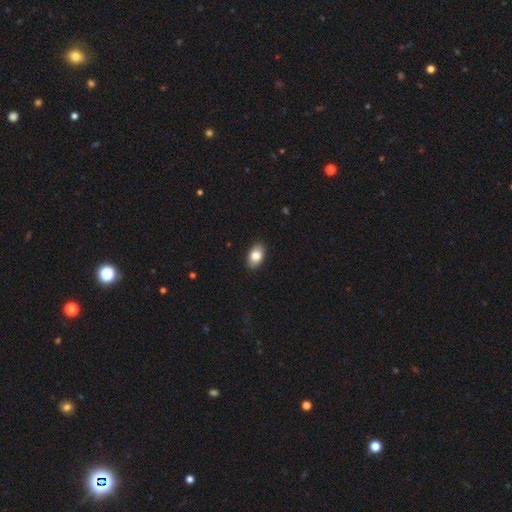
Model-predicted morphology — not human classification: This is clearly a smooth galaxy (83%). How rounded: clearly in between (90%). Merging: clearly none (89%).